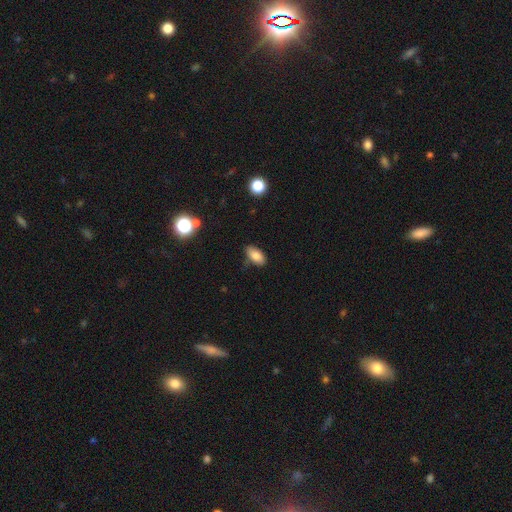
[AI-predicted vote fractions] Morphology: type=smooth (84%); roundness=in between (91%); merging=none (76%).